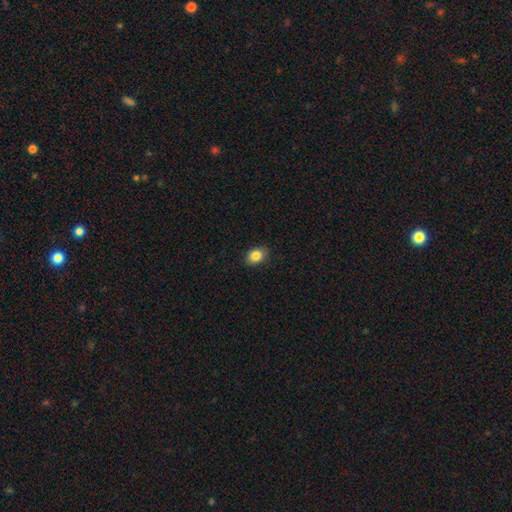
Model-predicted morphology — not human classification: A smooth galaxy with no disk features (85%) that is in between round and cigar-shaped (66%).

Vote fractions:
- Smooth or featured? smooth: 85% / star or artifact: 9% / featured or disk: 6%
- How rounded? in between: 66% / round: 33% / cigar-shaped: 1%
- Merging? none: 88% / minor disturbance: 9% / major disturbance: 2% / merger: 1%